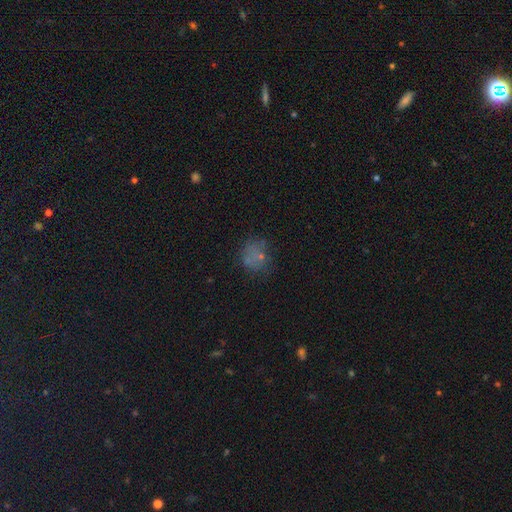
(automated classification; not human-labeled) A smooth galaxy with no disk features (55%) that is round (73%).

Vote fractions:
- Smooth or featured? smooth: 55% / star or artifact: 26% / featured or disk: 19%
- How rounded? round: 73% / in between: 25% / cigar-shaped: 1%
- Merging? none: 62% / minor disturbance: 19% / major disturbance: 13% / merger: 6%